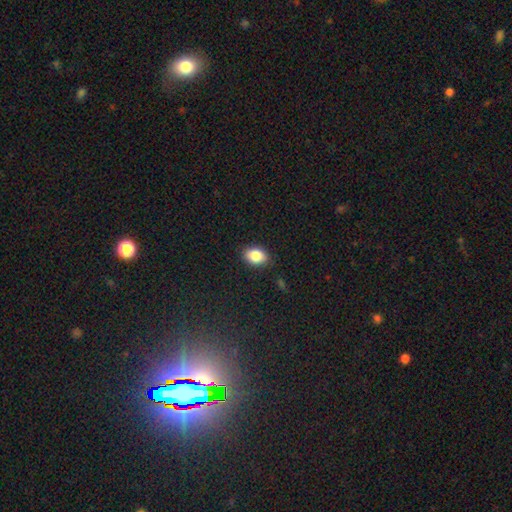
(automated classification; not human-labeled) A smooth galaxy with no disk features (86%) that is in between round and cigar-shaped (80%).

Vote fractions:
- Smooth or featured? smooth: 86% / star or artifact: 8% / featured or disk: 5%
- How rounded? in between: 80% / round: 19% / cigar-shaped: 1%
- Merging? none: 86% / minor disturbance: 11% / major disturbance: 2% / merger: 1%